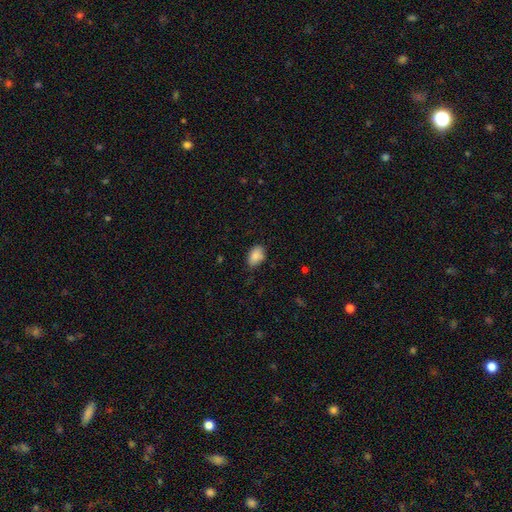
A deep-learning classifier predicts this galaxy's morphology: Smooth or featured: smooth — 87% (star or artifact — 8%)
How rounded: in between — 87% (round — 11%)
Merging: none — 69% (minor disturbance — 25%)